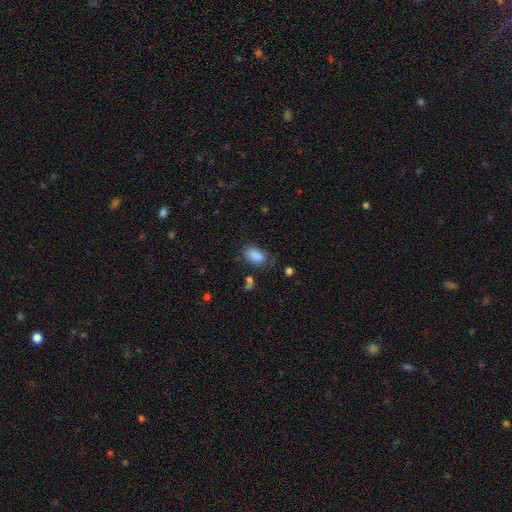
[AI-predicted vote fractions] smooth 87%, star or artifact 8%, featured or disk 5%. Down the decision tree: how rounded — in between (89%); merging — none (68%).